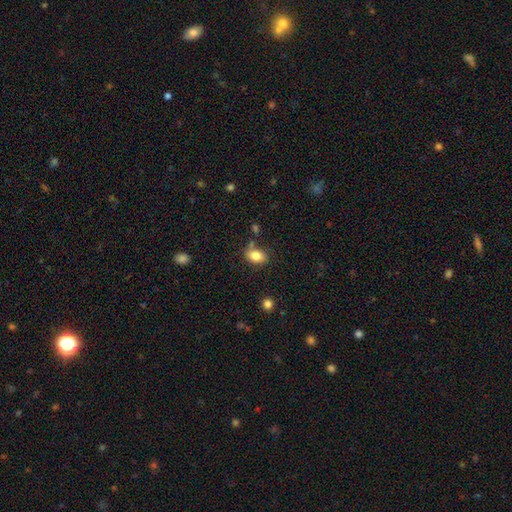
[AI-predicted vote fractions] smooth-or-featured: smooth: 83% | featured or disk: 9% | star or artifact: 9%
  how-rounded: in between: 84% | round: 14% | cigar-shaped: 2%
  merging: none: 69% | minor disturbance: 17% | merger: 9% | major disturbance: 5%